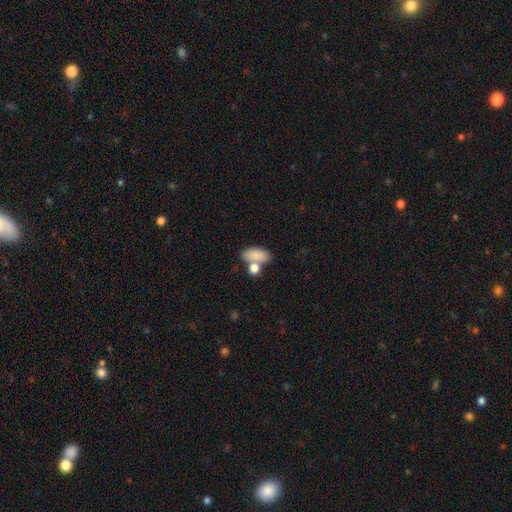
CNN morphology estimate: This appears to be a smooth galaxy with no disk features (83%) that is in between round and cigar-shaped (88%). Merging: none (52%).